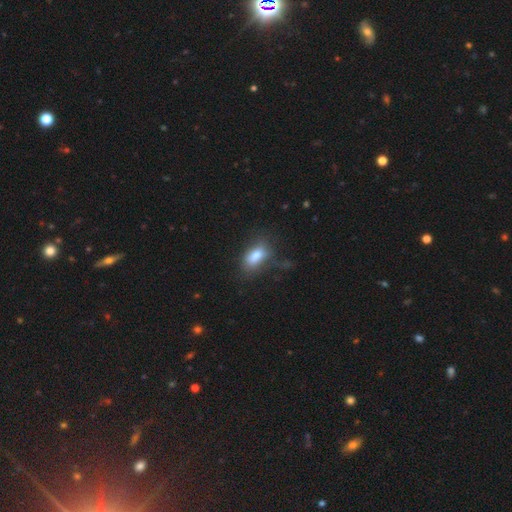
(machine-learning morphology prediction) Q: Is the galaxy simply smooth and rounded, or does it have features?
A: smooth — 78%.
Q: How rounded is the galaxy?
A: in between — 87%.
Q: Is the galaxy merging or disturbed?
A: none — 56%.